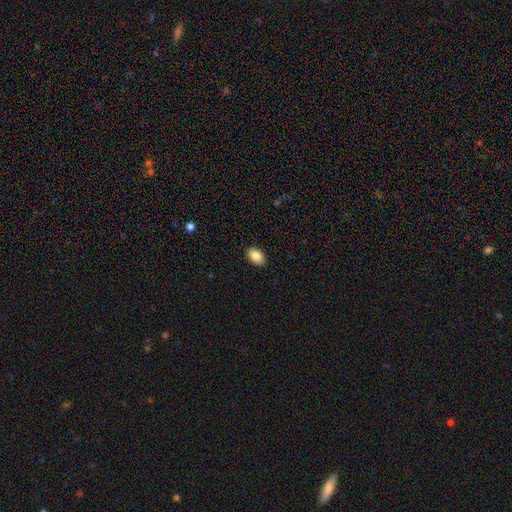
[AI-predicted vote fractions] Q: Smooth or featured?
A: smooth (88%); runner-up: star or artifact (7%)
Q: How rounded?
A: in between (90%); runner-up: round (8%)
Q: Merging?
A: none (89%); runner-up: minor disturbance (8%)